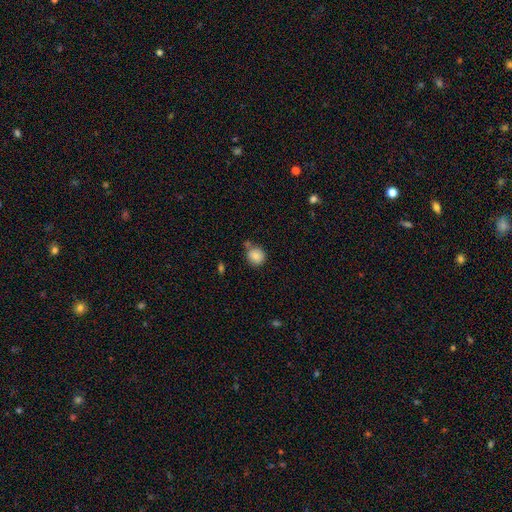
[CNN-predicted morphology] This appears to be a smooth galaxy with no disk features (86%) that is round (83%). Merging: none (67%).